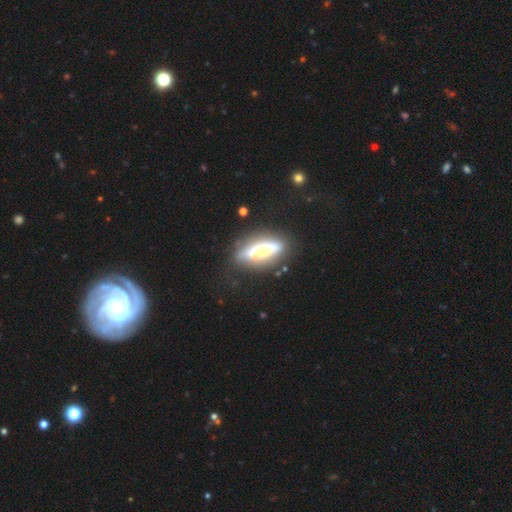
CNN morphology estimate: Q: Smooth or featured?
A: featured or disk (55%); runner-up: smooth (38%)
Q: Edge-on disk?
A: yes (55%); runner-up: no (45%)
Q: Merging?
A: none (70%); runner-up: minor disturbance (18%)